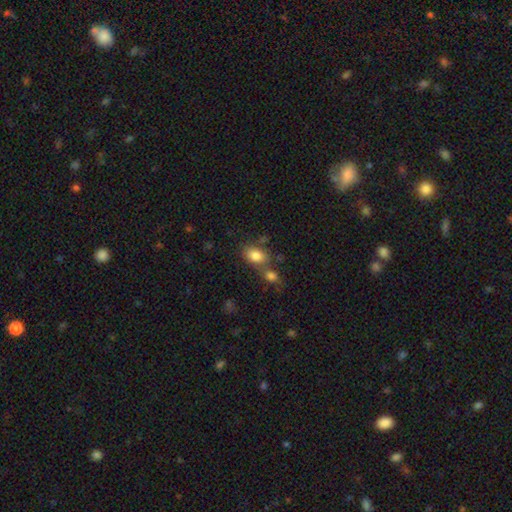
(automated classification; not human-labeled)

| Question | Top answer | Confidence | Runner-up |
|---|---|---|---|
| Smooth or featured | smooth | 83% | star or artifact (9%) |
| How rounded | in between | 80% | round (18%) |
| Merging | none | 51% | merger (32%) |